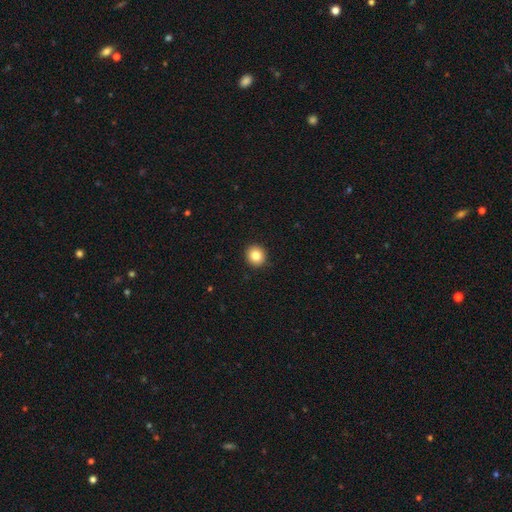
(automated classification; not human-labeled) smooth_or_featured: smooth (p=0.83) [alt: star or artifact p=0.10]
how_rounded: round (p=0.87) [alt: in between p=0.12]
merging: none (p=0.92) [alt: minor disturbance p=0.05]